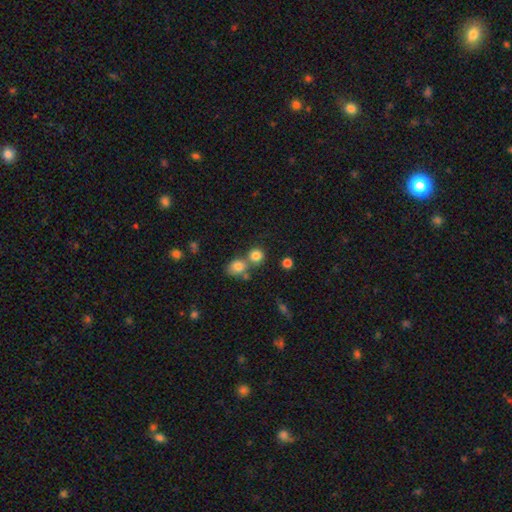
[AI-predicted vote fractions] A smooth galaxy with no disk features (81%) that is round (84%). Merging: none (54%).